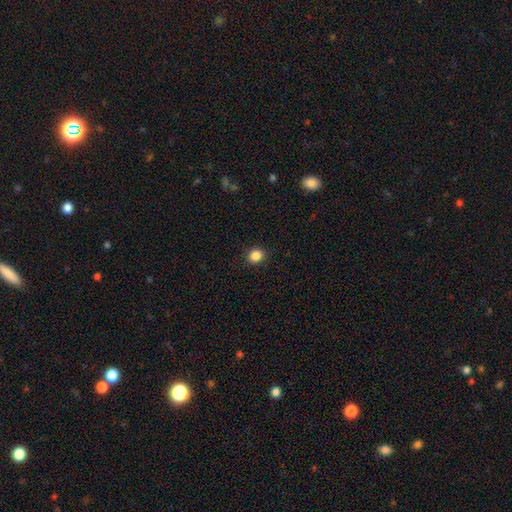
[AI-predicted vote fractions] Morphology: type=smooth (86%); roundness=round (76%); merging=none (90%).